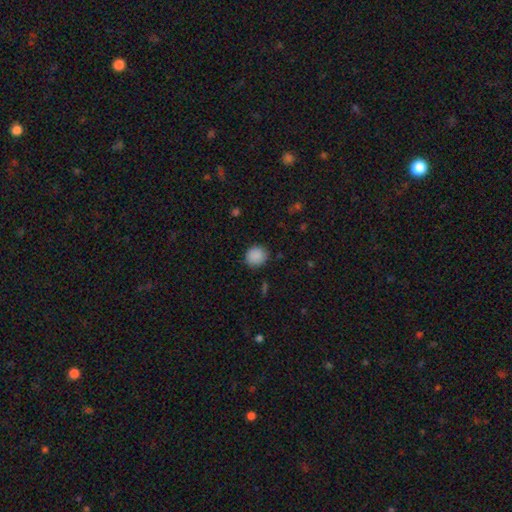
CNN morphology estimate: type=smooth (89%); roundness=round (85%); merging=none (87%).